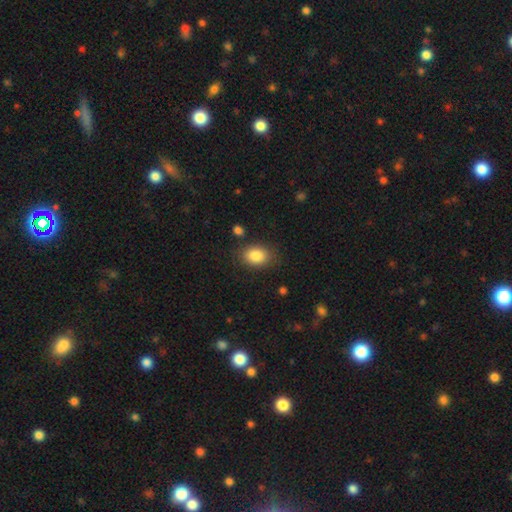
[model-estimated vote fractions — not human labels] Smooth or featured? Predicted: smooth (p=0.86). How rounded? Predicted: in between (p=0.75). Merging? Predicted: none (p=0.82).